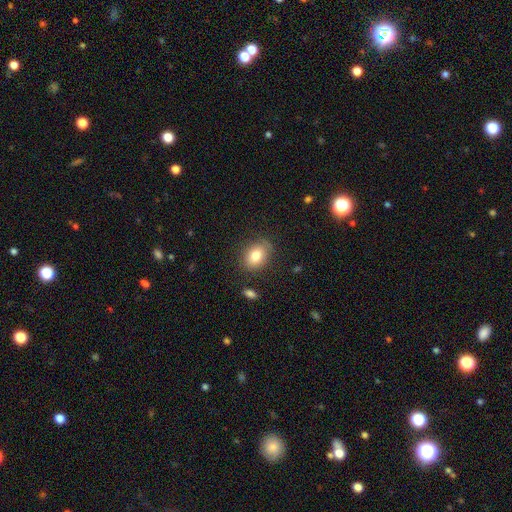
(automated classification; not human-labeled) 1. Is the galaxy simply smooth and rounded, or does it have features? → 80% smooth, 11% featured or disk, 9% star or artifact.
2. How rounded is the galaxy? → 68% in between, 31% round, 1% cigar-shaped.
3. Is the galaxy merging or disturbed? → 79% none, 15% minor disturbance, 4% major disturbance, 2% merger.